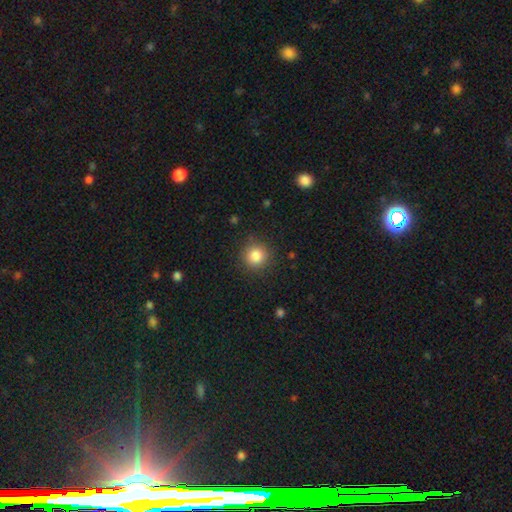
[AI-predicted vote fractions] smooth-or-featured: smooth: 84% | star or artifact: 11% | featured or disk: 5%
  how-rounded: round: 93% | in between: 6% | cigar-shaped: 1%
  merging: none: 87% | minor disturbance: 9% | major disturbance: 3% | merger: 1%